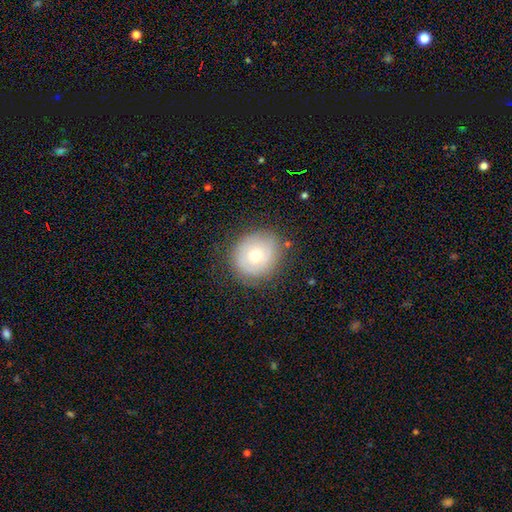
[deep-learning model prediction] smooth-or-featured: smooth: 60% | featured or disk: 30% | star or artifact: 9%
  how-rounded: round: 84% | in between: 15% | cigar-shaped: 1%
  merging: none: 78% | minor disturbance: 15% | major disturbance: 5% | merger: 1%